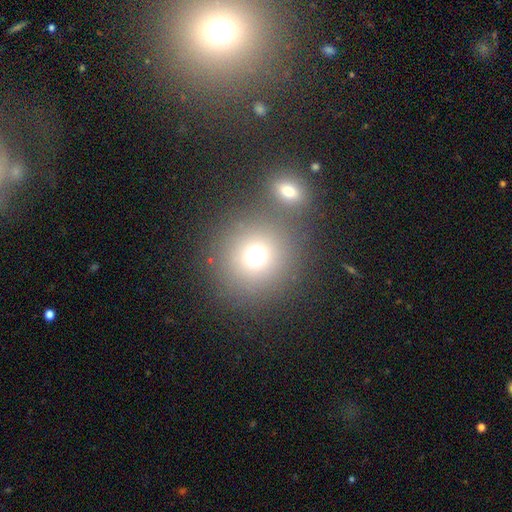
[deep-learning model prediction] Smooth or featured?
  - smooth: 69% *
  - star or artifact: 21%
  - featured or disk: 10%
How rounded?
  - round: 88% *
  - in between: 11%
  - cigar-shaped: 1%
Merging?
  - none: 63% *
  - merger: 26%
  - minor disturbance: 7%
  - major disturbance: 4%